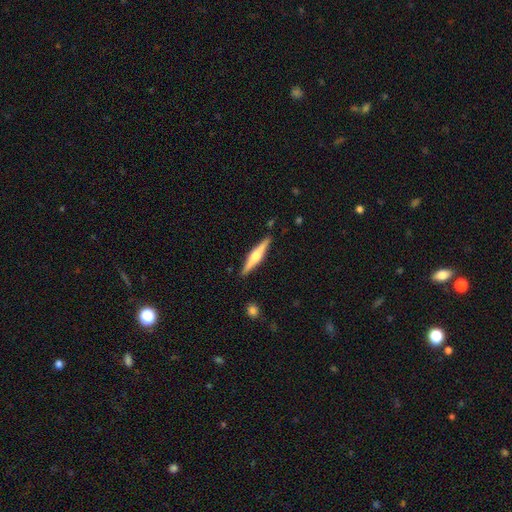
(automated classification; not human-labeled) This is likely a featured or disk galaxy (68%). It is clearly viewed edge-on (98%). Edge-on bulge: clearly rounded (89%). Merging: clearly none (90%).